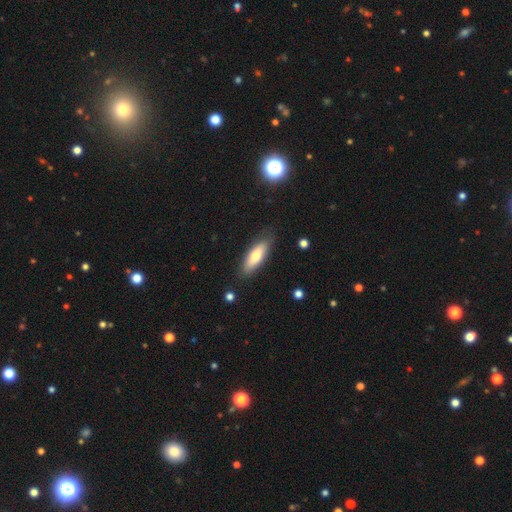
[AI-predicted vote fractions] smooth-or-featured: smooth: 68% | featured or disk: 26% | star or artifact: 6%
  how-rounded: in between: 55% | cigar-shaped: 43% | round: 2%
  merging: none: 82% | minor disturbance: 13% | major disturbance: 3% | merger: 2%